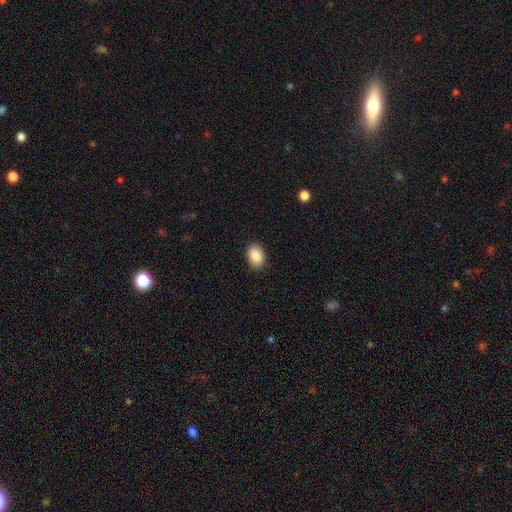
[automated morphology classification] A smooth galaxy with no disk features (89%) that is in between round and cigar-shaped (81%). Merging: none (88%).